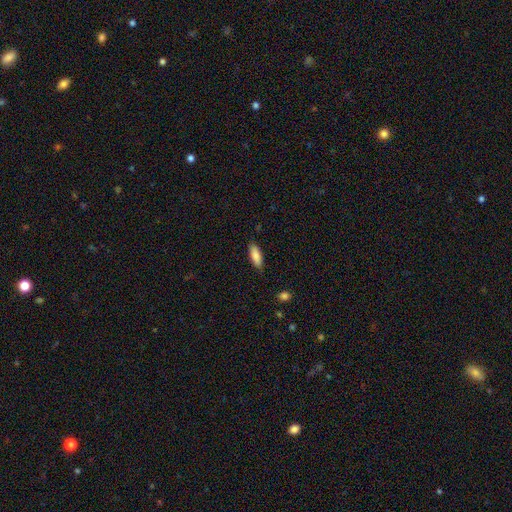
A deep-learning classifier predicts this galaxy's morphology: Smooth or featured? Predicted: smooth (p=0.84). How rounded? Predicted: in between (p=0.63). Merging? Predicted: none (p=0.85).